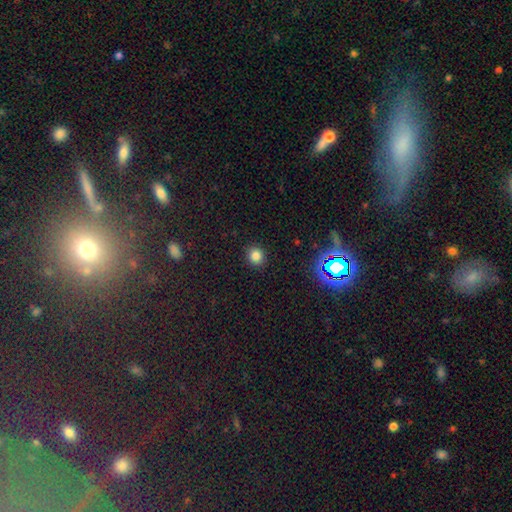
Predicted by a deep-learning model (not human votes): This is clearly a smooth galaxy (81%). How rounded: clearly round (85%). Merging: clearly none (91%).